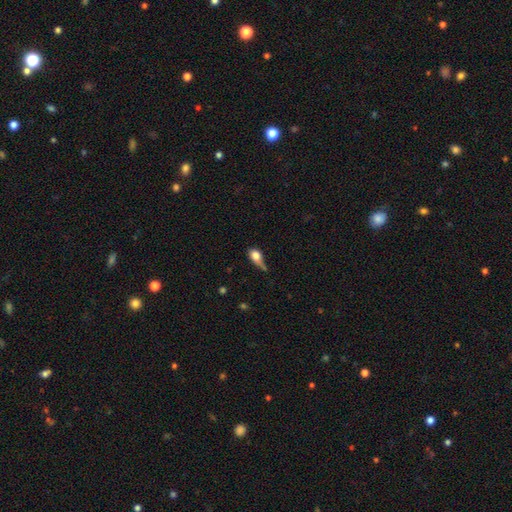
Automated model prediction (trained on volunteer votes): This appears to be a smooth galaxy with no disk features (74%) that is in between round and cigar-shaped (68%). Merging: minor disturbance (34%).